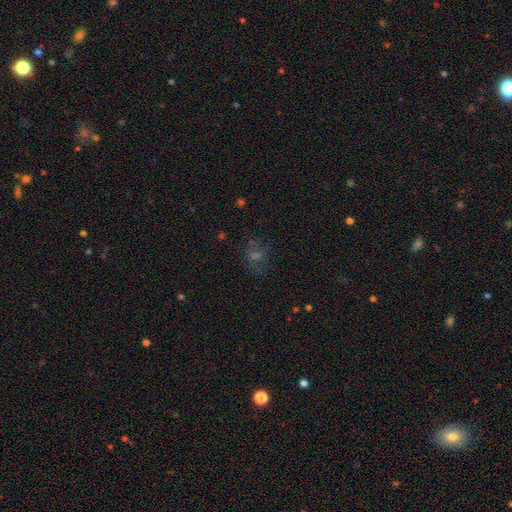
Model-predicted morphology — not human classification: A smooth galaxy with no disk features (38%).

Vote fractions:
- Smooth or featured? smooth: 38% / star or artifact: 35% / featured or disk: 27%
- Merging? none: 71% / minor disturbance: 15% / major disturbance: 11% / merger: 3%